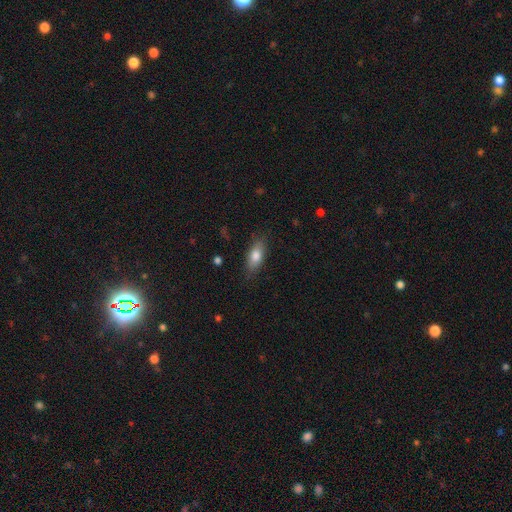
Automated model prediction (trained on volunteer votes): Smooth or featured? Predicted: smooth (p=0.79). How rounded? Predicted: in between (p=0.79). Merging? Predicted: none (p=0.83).